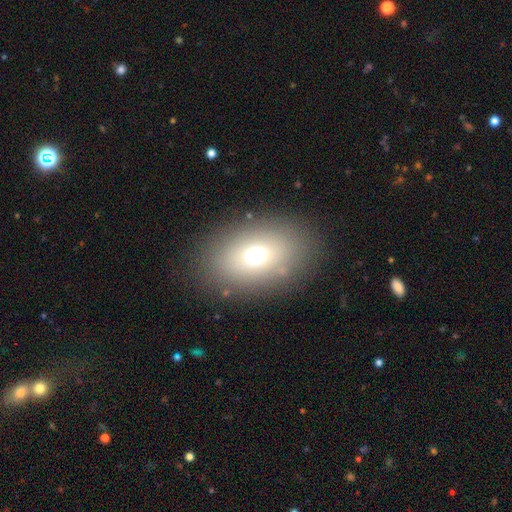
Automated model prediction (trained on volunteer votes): The model was most divided on "smooth or featured": smooth: 68%, featured or disk: 17%, star or artifact: 15%. More confident: merging — none (84%); how rounded — in between (77%).